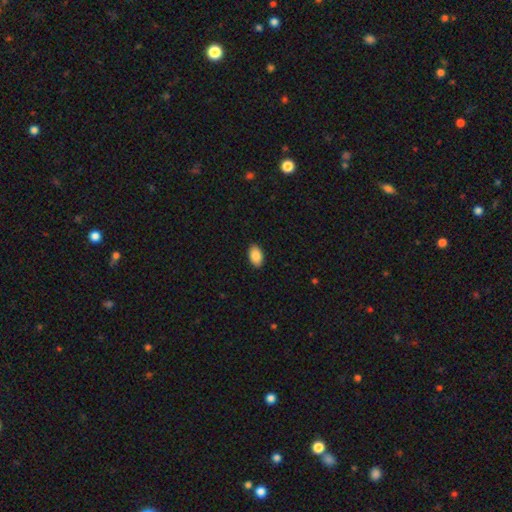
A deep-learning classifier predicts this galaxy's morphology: Smooth or featured? smooth (89%)
How rounded? in between (93%)
Merging? none (89%)